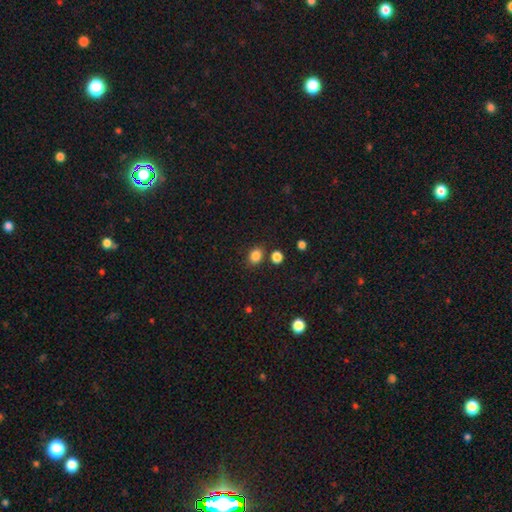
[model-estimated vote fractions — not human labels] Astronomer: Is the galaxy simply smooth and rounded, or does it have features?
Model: smooth — 85%.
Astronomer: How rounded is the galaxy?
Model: in between — 53% (runner-up: round, 46%).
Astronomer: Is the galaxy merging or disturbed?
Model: none — 79%.